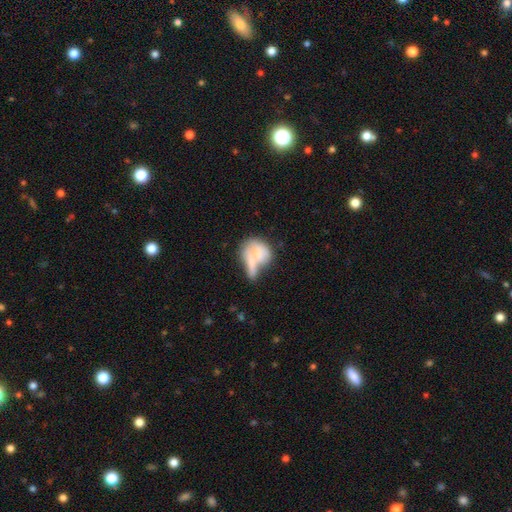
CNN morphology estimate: The model was most divided on "how rounded": in between: 52%, round: 45%, cigar-shaped: 4%. More confident: smooth or featured — smooth (65%); merging — merger (53%).